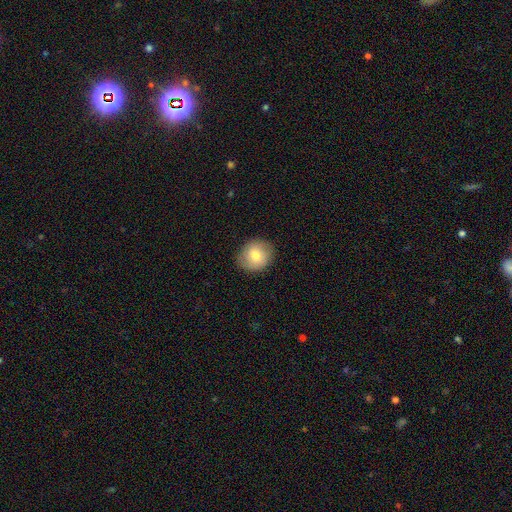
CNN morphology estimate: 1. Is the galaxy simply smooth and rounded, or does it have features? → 75% smooth, 17% featured or disk, 8% star or artifact.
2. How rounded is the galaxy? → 76% round, 23% in between, 1% cigar-shaped.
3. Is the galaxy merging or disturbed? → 86% none, 10% minor disturbance, 3% major disturbance, 1% merger.